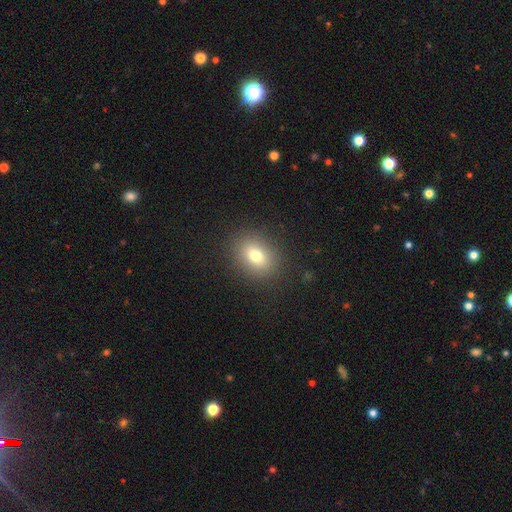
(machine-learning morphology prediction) smooth 74%, star or artifact 13%, featured or disk 13%. Down the decision tree: how rounded — in between (56%); merging — none (88%).